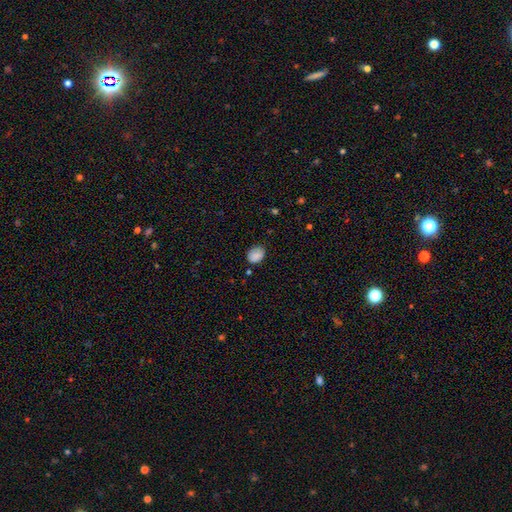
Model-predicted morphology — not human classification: smooth-or-featured: smooth: 86% | star or artifact: 9% | featured or disk: 5%
  how-rounded: in between: 60% | round: 39% | cigar-shaped: 1%
  merging: none: 75% | minor disturbance: 19% | major disturbance: 4% | merger: 2%